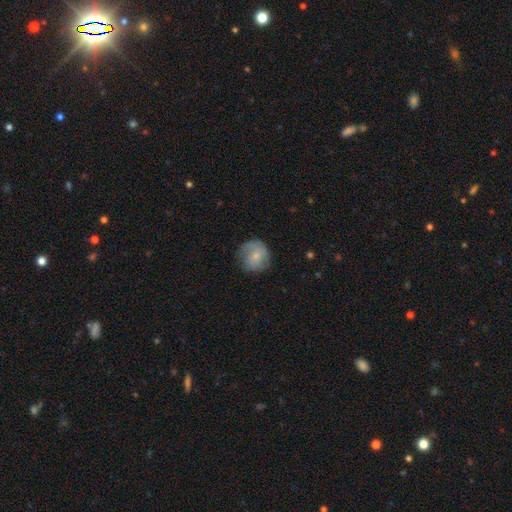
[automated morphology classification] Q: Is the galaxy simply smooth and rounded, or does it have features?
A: smooth — 59%.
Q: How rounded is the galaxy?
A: round — 85%.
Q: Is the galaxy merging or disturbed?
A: none — 63%.